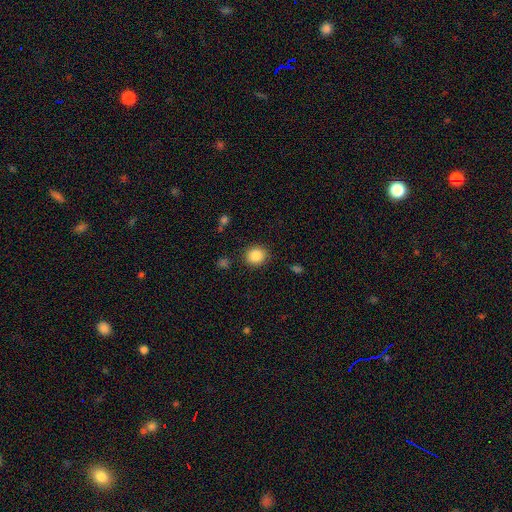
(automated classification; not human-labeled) Morphology: type=smooth (86%); roundness=round (84%); merging=none (88%).